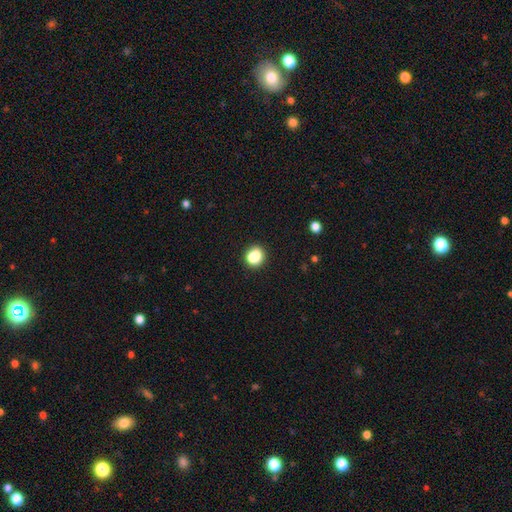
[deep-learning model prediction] Smooth or featured? Predicted: smooth (p=0.78). How rounded? Predicted: round (p=0.77). Merging? Predicted: none (p=0.63).